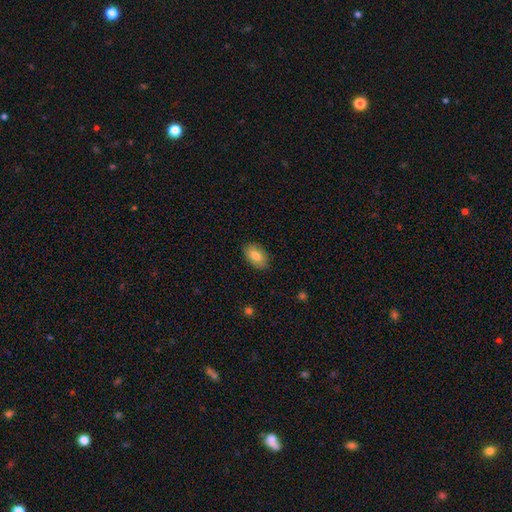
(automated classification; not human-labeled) Smooth or featured?
  - smooth: 81% *
  - featured or disk: 12%
  - star or artifact: 7%
How rounded?
  - in between: 91% *
  - round: 7%
  - cigar-shaped: 2%
Merging?
  - none: 86% *
  - minor disturbance: 11%
  - major disturbance: 2%
  - merger: 1%